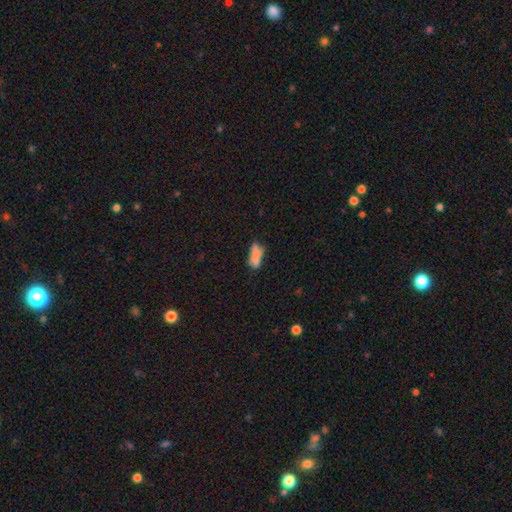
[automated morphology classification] Q: Smooth or featured?
A: smooth (73%); runner-up: featured or disk (15%)
Q: How rounded?
A: in between (56%); runner-up: cigar-shaped (40%)
Q: Merging?
A: none (49%); runner-up: minor disturbance (27%)